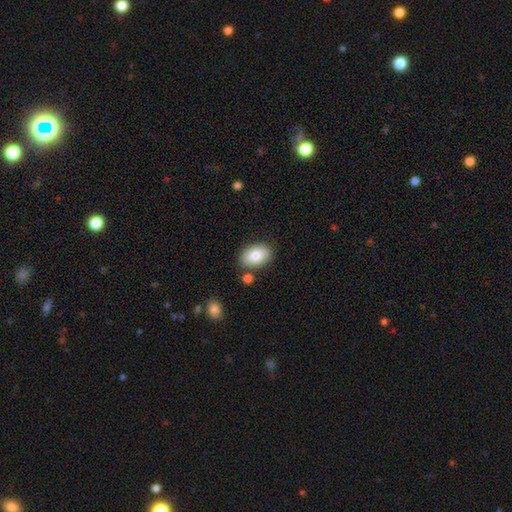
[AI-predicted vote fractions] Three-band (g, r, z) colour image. It shows a smooth galaxy with no disk features (78%) that is in between round and cigar-shaped (85%). Merging: none (81%).